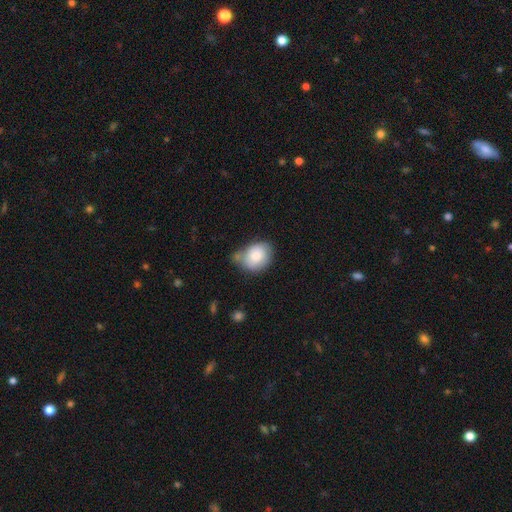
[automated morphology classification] smooth-or-featured: smooth: 78% | featured or disk: 16% | star or artifact: 7%
  how-rounded: in between: 57% | round: 42% | cigar-shaped: 1%
  merging: none: 45% | minor disturbance: 32% | merger: 14% | major disturbance: 9%